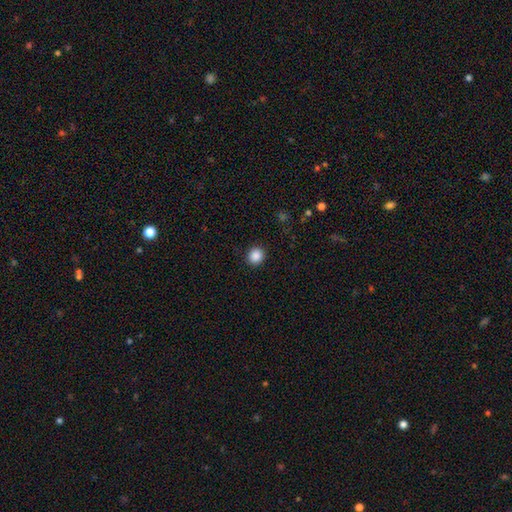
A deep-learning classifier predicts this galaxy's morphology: This appears to be a smooth galaxy with no disk features (88%) that is round (88%). Merging: none (92%).